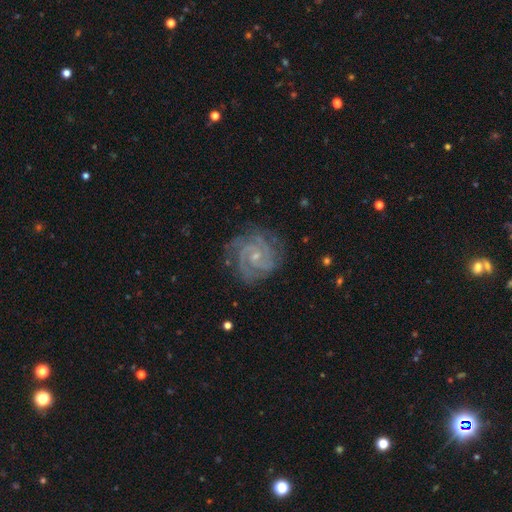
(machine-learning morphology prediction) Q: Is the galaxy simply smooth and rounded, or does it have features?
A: featured or disk — 91%.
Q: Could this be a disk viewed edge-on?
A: no — 98%.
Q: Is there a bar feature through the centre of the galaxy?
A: no — 57%.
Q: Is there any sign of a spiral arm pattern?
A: yes — 98%.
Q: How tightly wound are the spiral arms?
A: tight — 69%.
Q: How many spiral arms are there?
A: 2 — 50%.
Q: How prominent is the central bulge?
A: small — 75%.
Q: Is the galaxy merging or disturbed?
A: none — 78%.